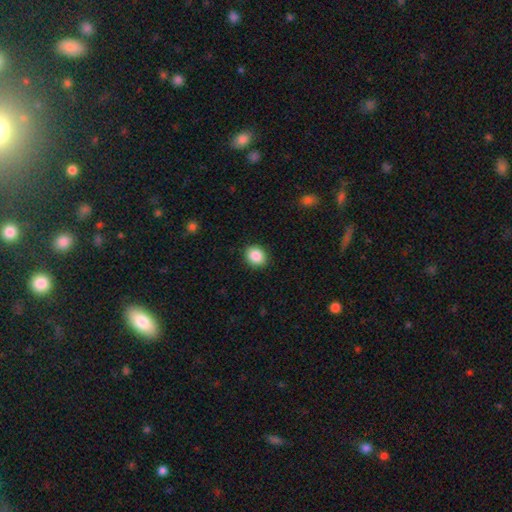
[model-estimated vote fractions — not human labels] smooth 88%, star or artifact 9%, featured or disk 4%. Down the decision tree: how rounded — round (69%); merging — none (90%).